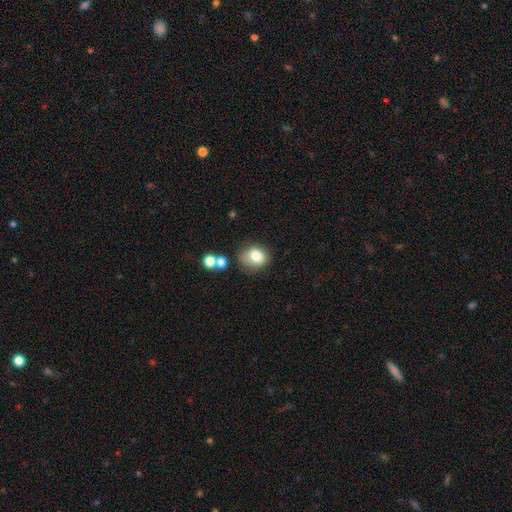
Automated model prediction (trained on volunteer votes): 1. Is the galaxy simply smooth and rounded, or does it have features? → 79% smooth, 11% featured or disk, 10% star or artifact.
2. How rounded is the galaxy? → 54% round, 45% in between, 1% cigar-shaped.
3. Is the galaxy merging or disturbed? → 62% none, 23% minor disturbance, 8% merger, 7% major disturbance.